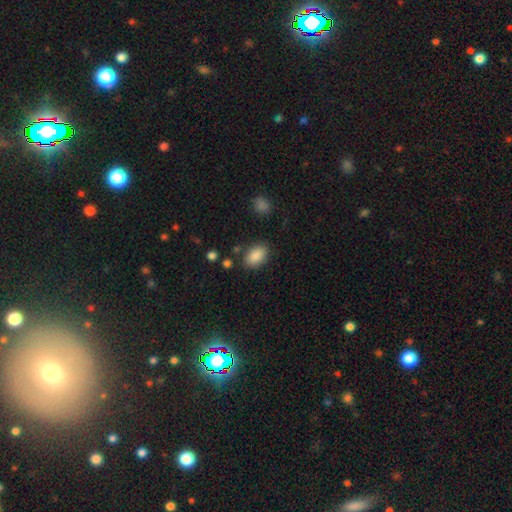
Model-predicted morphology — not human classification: smooth_or_featured: smooth (p=0.88) [alt: star or artifact p=0.07]
how_rounded: in between (p=0.90) [alt: round p=0.08]
merging: none (p=0.82) [alt: minor disturbance p=0.11]